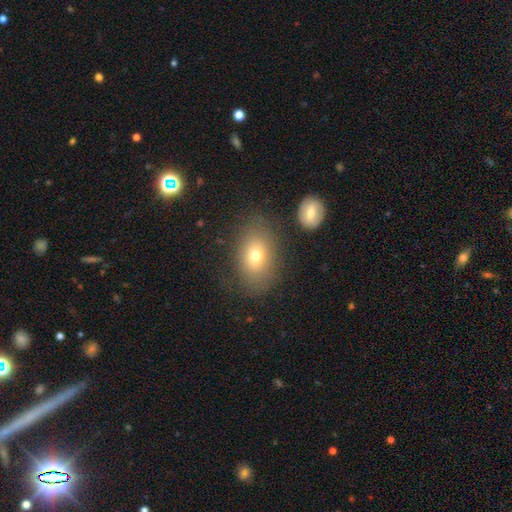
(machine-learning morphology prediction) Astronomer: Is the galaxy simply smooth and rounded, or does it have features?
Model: smooth — 70%.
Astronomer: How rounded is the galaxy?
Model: in between — 77%.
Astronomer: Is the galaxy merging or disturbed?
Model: none — 75%.